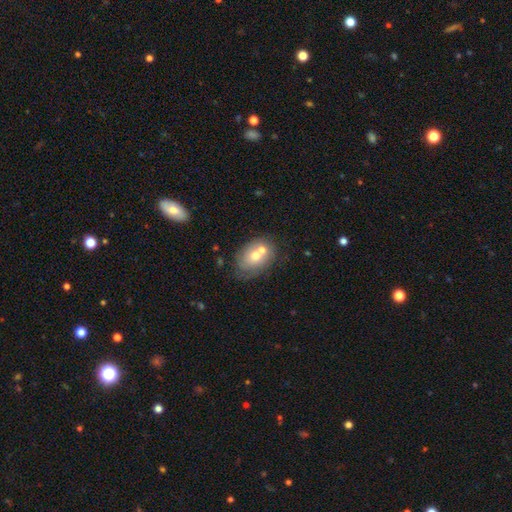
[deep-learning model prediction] Smooth or featured? Predicted: smooth (p=0.59). How rounded? Predicted: in between (p=0.71). Merging? Predicted: none (p=0.43).